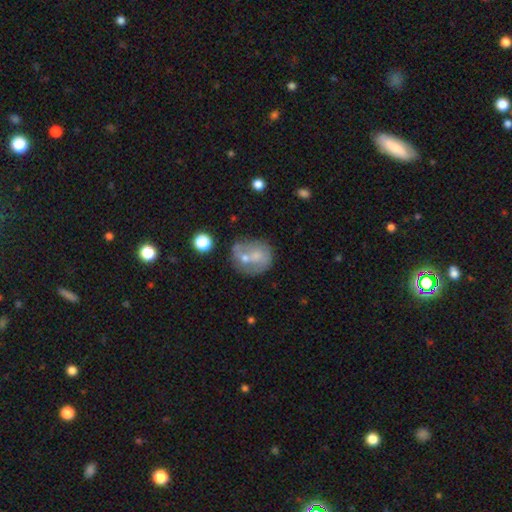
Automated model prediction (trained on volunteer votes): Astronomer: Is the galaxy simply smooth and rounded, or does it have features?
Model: smooth — 50% (runner-up: featured or disk, 40%).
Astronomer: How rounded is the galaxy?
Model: round — 75%.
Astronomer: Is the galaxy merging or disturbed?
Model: merger — 38% (runner-up: none, 37%).